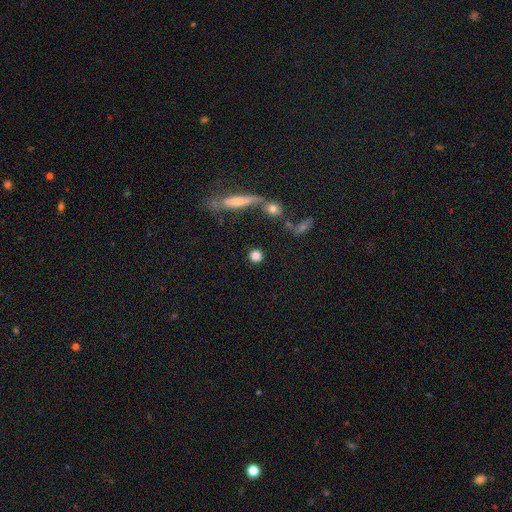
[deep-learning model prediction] Smooth or featured? smooth (83%)
How rounded? round (89%)
Merging? none (84%)